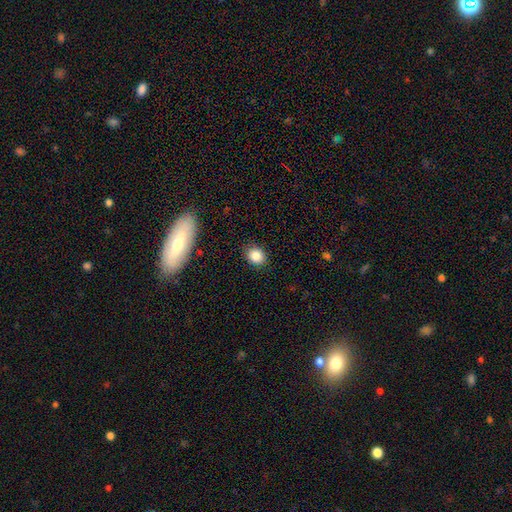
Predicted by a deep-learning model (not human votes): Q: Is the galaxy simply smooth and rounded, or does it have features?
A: smooth — 84%.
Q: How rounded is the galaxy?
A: round — 65%.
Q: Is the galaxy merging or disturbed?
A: none — 89%.